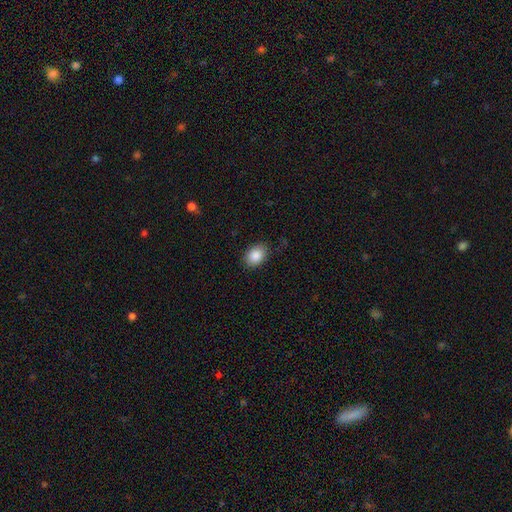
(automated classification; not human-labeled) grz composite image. It shows a smooth galaxy with no disk features (87%) that is in between round and cigar-shaped (75%). Merging: none (85%).